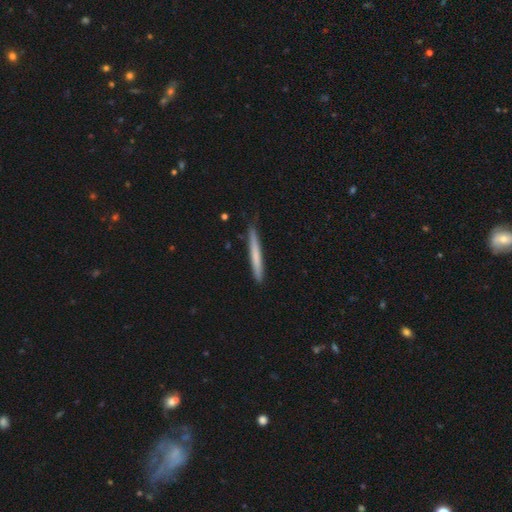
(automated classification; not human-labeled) smooth_or_featured: smooth (p=0.66) [alt: featured or disk p=0.29]
how_rounded: cigar-shaped (p=0.97) [alt: in between p=0.02]
merging: none (p=0.85) [alt: minor disturbance p=0.12]